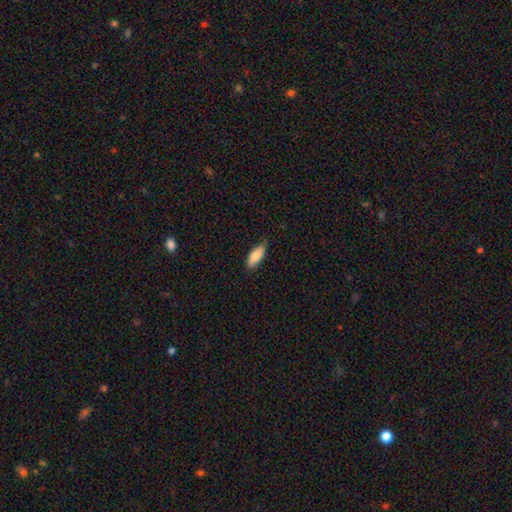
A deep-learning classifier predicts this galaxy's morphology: This appears to be a smooth galaxy with no disk features (86%) that is in between round and cigar-shaped (84%). Merging: none (81%).